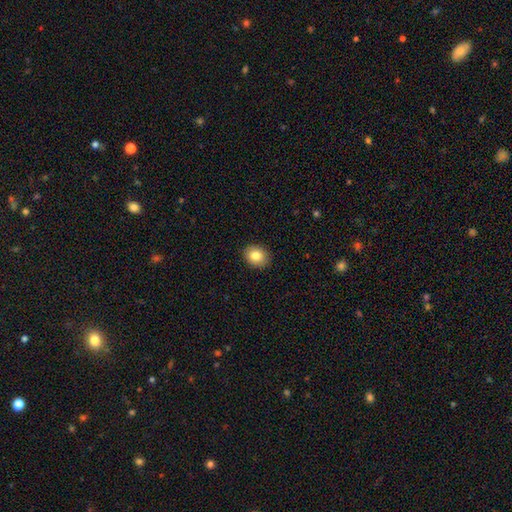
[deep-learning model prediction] This appears to be a smooth galaxy with no disk features (83%) that is round (59%). Merging: none (90%).